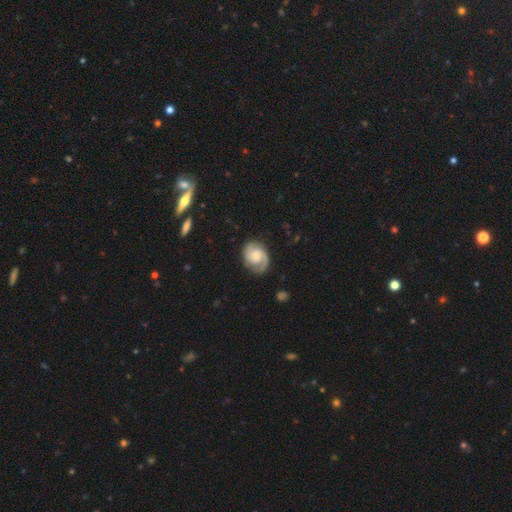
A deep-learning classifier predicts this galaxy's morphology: Smooth or featured: featured or disk — 80% (smooth — 14%)
Edge-on disk: no — 98% (yes — 2%)
Bar: no — 60% (weak — 35%)
Spiral arms: yes — 96% (no — 4%)
Spiral winding: medium — 47% (tight — 39%)
Spiral arm count: 2 — 85% (1 — 7%)
Bulge size: moderate — 45% (small — 32%)
Merging: none — 77% (minor disturbance — 16%)